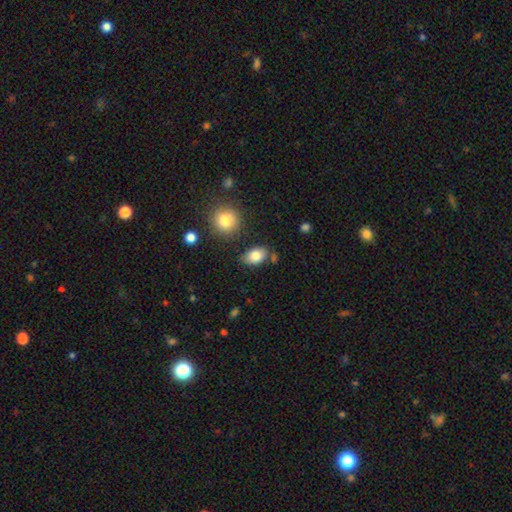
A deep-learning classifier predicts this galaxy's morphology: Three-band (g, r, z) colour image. It shows a smooth galaxy with no disk features (81%) that is in between round and cigar-shaped (85%). Merging: none (78%).